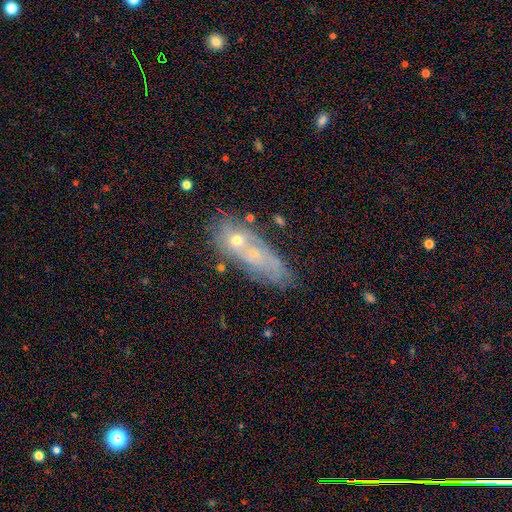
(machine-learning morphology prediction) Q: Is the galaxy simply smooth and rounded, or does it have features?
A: featured or disk — 55%.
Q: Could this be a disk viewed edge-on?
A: no — 86%.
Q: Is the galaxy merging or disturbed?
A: none — 47%.